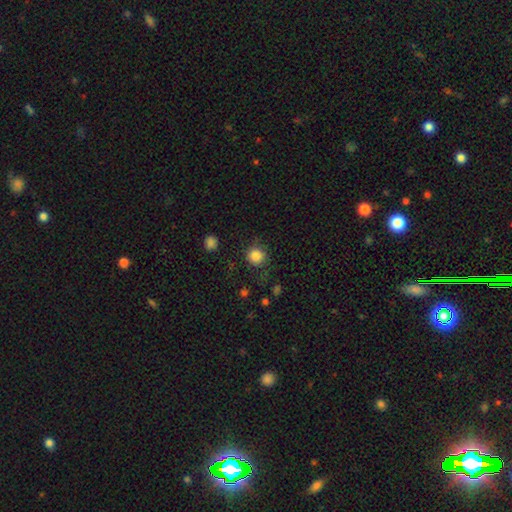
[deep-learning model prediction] A smooth galaxy with no disk features (85%) that is round (91%). Merging: none (81%).